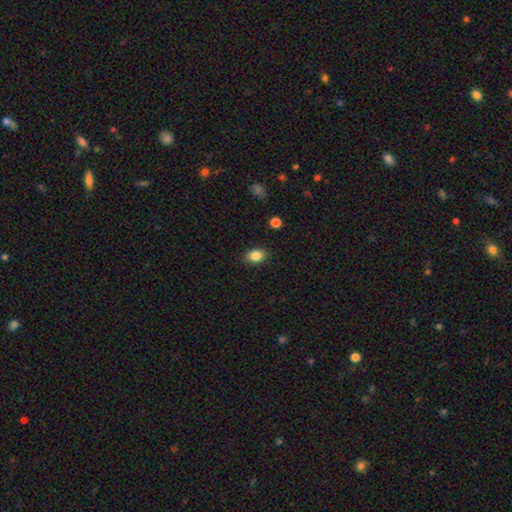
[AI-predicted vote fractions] smooth_or_featured: smooth (p=0.85) [alt: star or artifact p=0.09]
how_rounded: in between (p=0.79) [alt: round p=0.19]
merging: none (p=0.87) [alt: minor disturbance p=0.09]